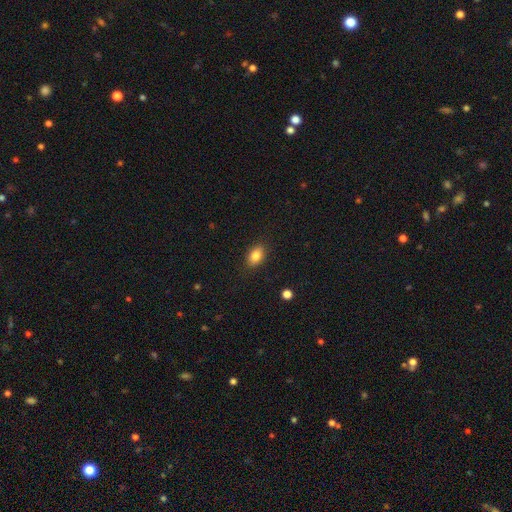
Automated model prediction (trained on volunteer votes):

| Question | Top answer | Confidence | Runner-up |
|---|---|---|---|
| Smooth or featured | smooth | 84% | star or artifact (9%) |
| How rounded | in between | 85% | round (14%) |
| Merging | none | 87% | minor disturbance (9%) |